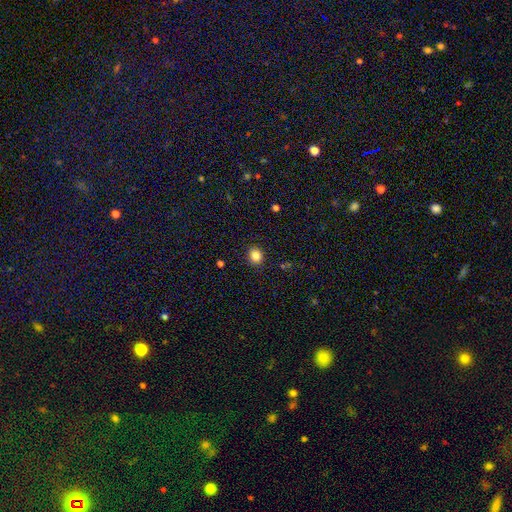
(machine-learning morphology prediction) This appears to be a smooth galaxy with no disk features (85%) that is round (69%). Merging: none (90%).